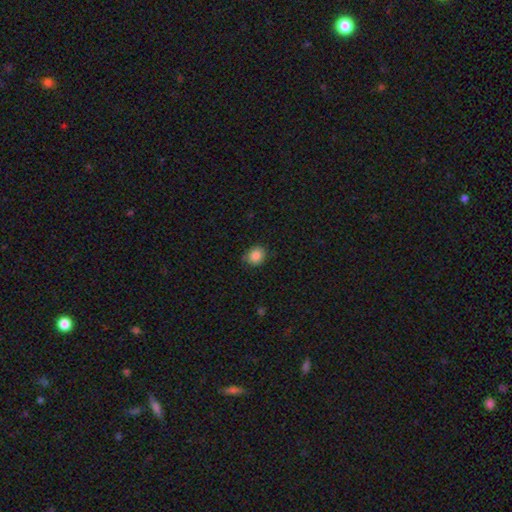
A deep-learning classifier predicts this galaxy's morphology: A smooth galaxy with no disk features (87%) that is round (71%).

Vote fractions:
- Smooth or featured? smooth: 87% / star or artifact: 9% / featured or disk: 4%
- How rounded? round: 71% / in between: 28% / cigar-shaped: 1%
- Merging? none: 80% / minor disturbance: 16% / major disturbance: 3% / merger: 1%